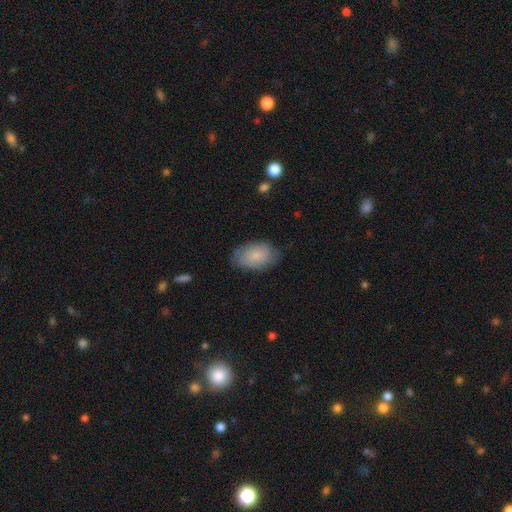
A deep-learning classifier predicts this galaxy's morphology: Smooth or featured? Predicted: smooth (p=0.76). How rounded? Predicted: in between (p=0.91). Merging? Predicted: none (p=0.75).